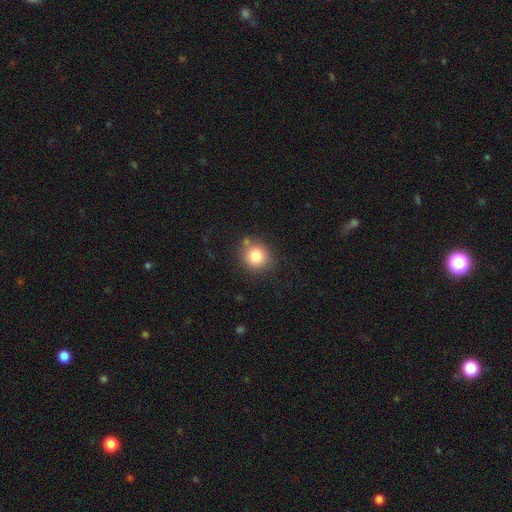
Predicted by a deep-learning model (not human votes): A smooth galaxy with no disk features (81%) that is round (87%).

Vote fractions:
- Smooth or featured? smooth: 81% / star or artifact: 11% / featured or disk: 8%
- How rounded? round: 87% / in between: 12% / cigar-shaped: 1%
- Merging? none: 79% / minor disturbance: 12% / merger: 6% / major disturbance: 3%